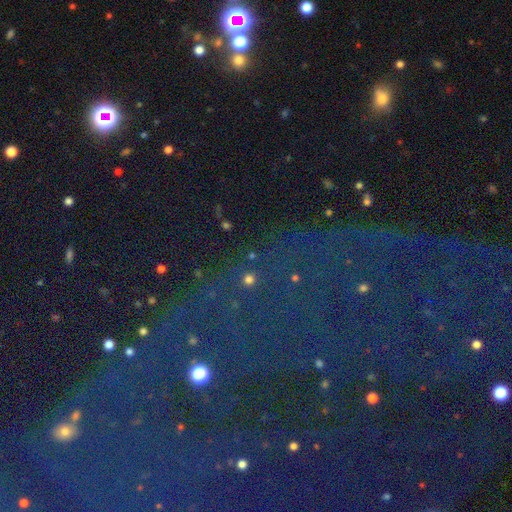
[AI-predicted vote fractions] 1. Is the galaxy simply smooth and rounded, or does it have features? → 84% star or artifact, 9% smooth, 7% featured or disk.